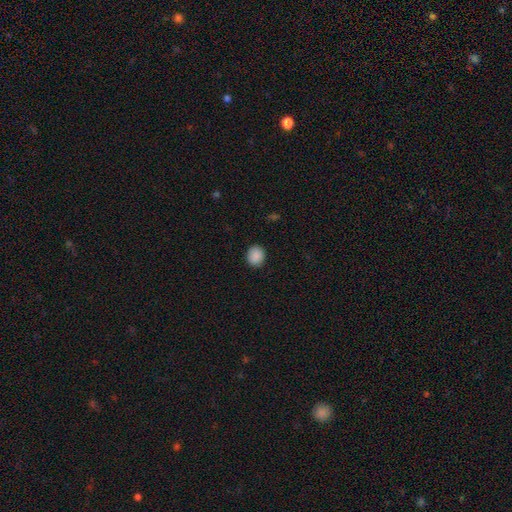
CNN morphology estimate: type=smooth (89%); roundness=round (71%); merging=none (89%).